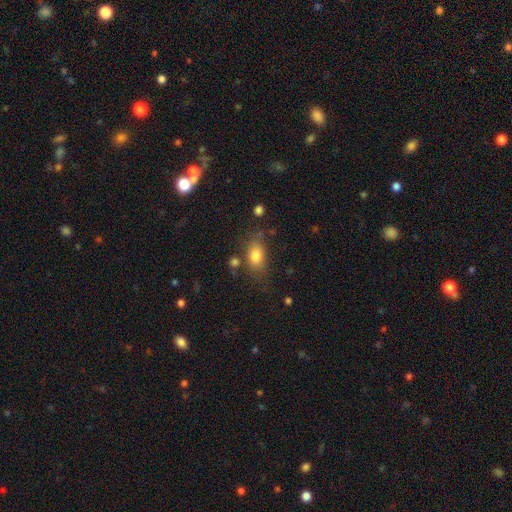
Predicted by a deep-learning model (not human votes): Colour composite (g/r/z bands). It shows a smooth galaxy with no disk features (80%) that is in between round and cigar-shaped (81%). Merging: none (66%).